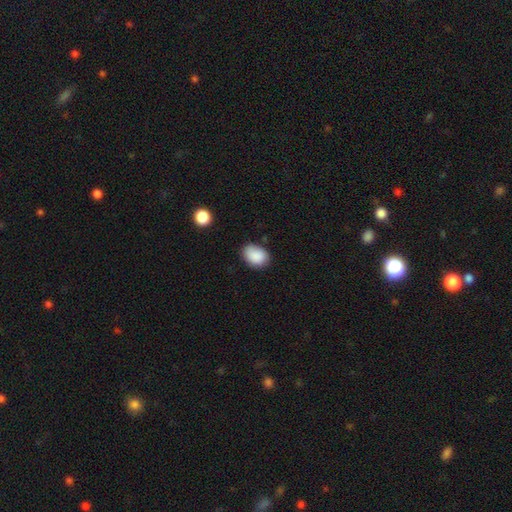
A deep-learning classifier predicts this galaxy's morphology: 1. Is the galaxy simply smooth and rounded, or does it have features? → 88% smooth, 8% star or artifact, 4% featured or disk.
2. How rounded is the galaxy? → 74% in between, 25% round, 1% cigar-shaped.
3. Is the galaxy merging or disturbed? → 75% none, 19% minor disturbance, 3% major disturbance, 2% merger.